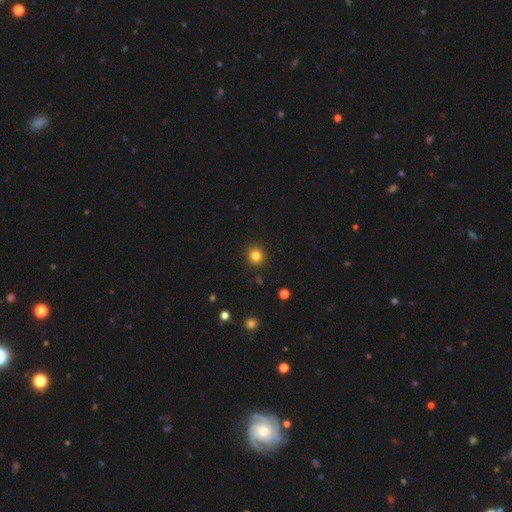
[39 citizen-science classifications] Volunteers were most divided on "smooth or featured": smooth: 95%, star or artifact: 5%, featured or disk: 0%. More confident: how rounded — round (97%); merging — none (97%).